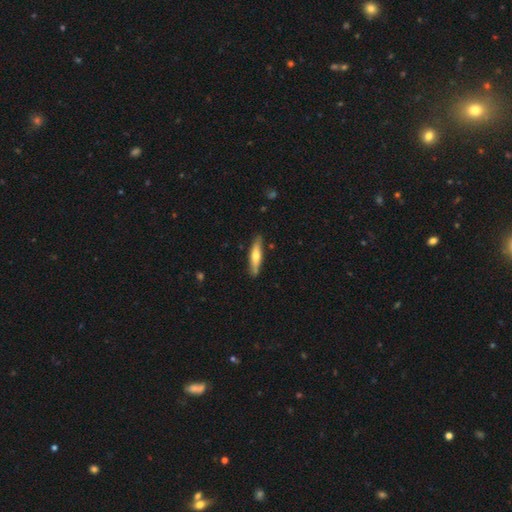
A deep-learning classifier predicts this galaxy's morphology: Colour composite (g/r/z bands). It shows a smooth galaxy with no disk features (56%) that is cigar-shaped (77%). Merging: none (83%).